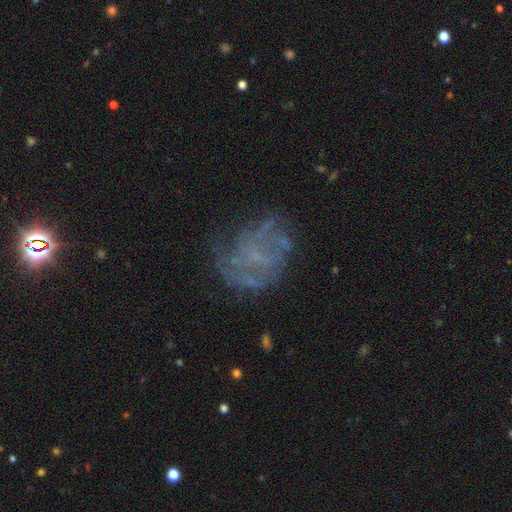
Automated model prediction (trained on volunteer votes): smooth-or-featured: featured or disk: 57% | star or artifact: 23% | smooth: 19%
  disk-edge-on: no: 98% | yes: 2%
    bar: no: 75% | weak: 20% | strong: 5%
    has-spiral-arms: yes: 56% | no: 44%
    bulge-size: none: 60% | small: 31% | moderate: 7% | large: 1% | dominant: 1%
  merging: none: 62% | minor disturbance: 18% | major disturbance: 18% | merger: 3%